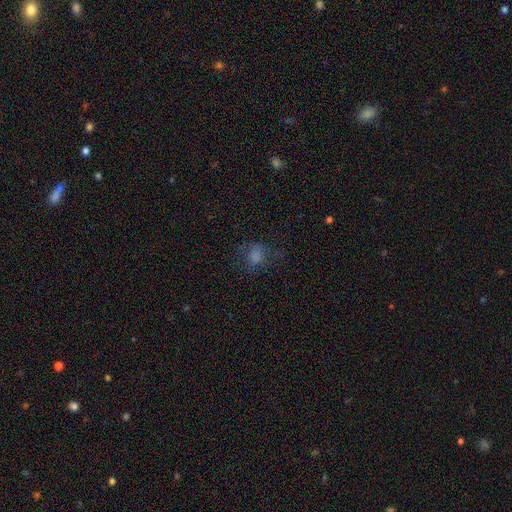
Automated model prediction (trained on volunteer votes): smooth 50%, featured or disk 25%, star or artifact 25%. Down the decision tree: how rounded — round (64%); merging — none (63%).